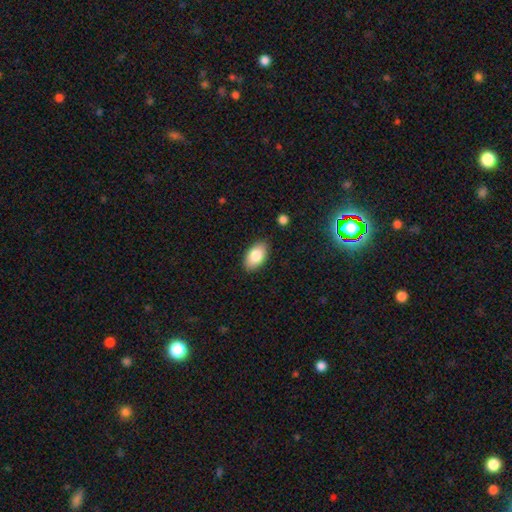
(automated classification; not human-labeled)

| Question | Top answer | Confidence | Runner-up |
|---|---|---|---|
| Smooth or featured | smooth | 84% | featured or disk (10%) |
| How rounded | in between | 93% | round (5%) |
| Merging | none | 86% | minor disturbance (10%) |